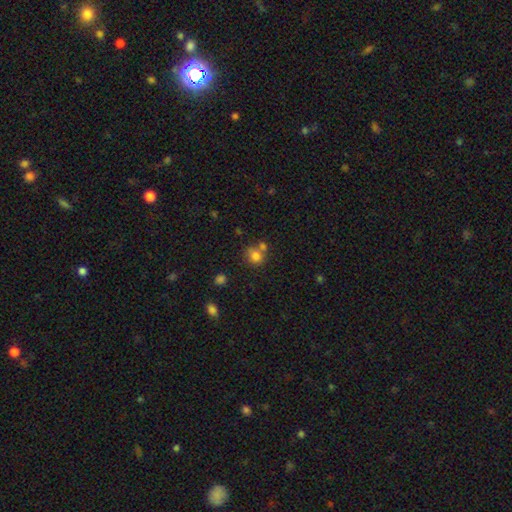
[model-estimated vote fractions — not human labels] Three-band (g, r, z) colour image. It shows a smooth galaxy with no disk features (78%) that is round (73%). Merging: none (52%).